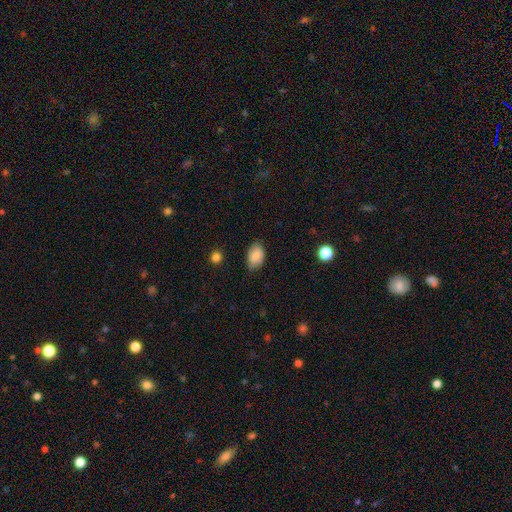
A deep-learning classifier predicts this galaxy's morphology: Overall: smooth (84%). How rounded: in between (87%). Merging: none (76%).